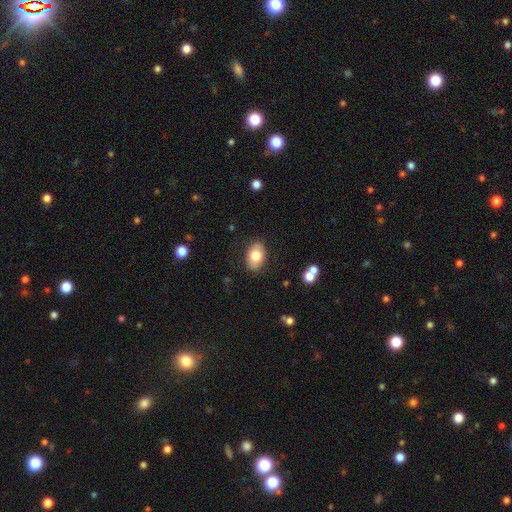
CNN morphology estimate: type=smooth (79%); roundness=in between (86%); merging=none (85%).